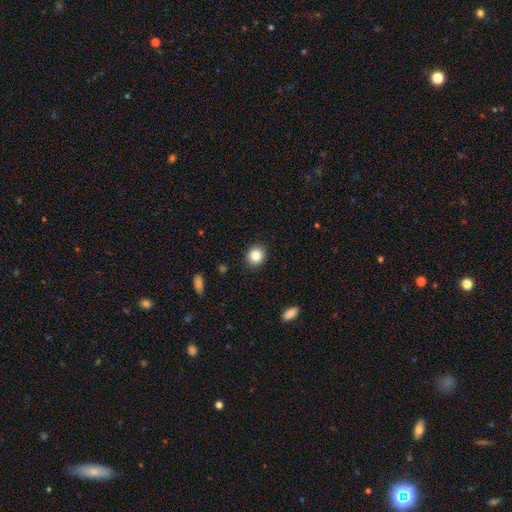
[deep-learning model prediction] A smooth galaxy with no disk features (84%) that is round (81%).

Vote fractions:
- Smooth or featured? smooth: 84% / star or artifact: 10% / featured or disk: 6%
- How rounded? round: 81% / in between: 19% / cigar-shaped: 1%
- Merging? none: 90% / minor disturbance: 7% / major disturbance: 2% / merger: 1%